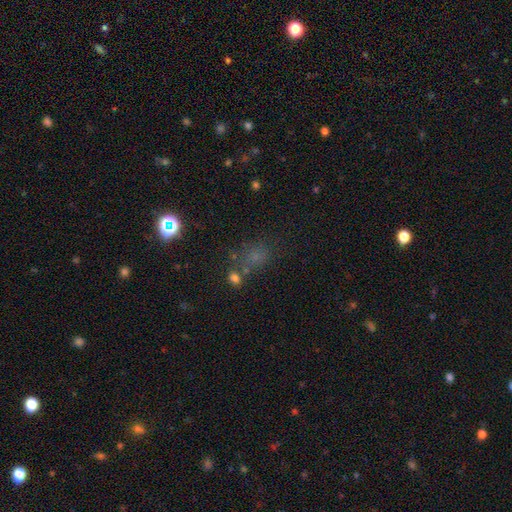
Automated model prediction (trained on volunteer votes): A smooth galaxy with no disk features (53%) that is round (57%). Merging: none (60%).